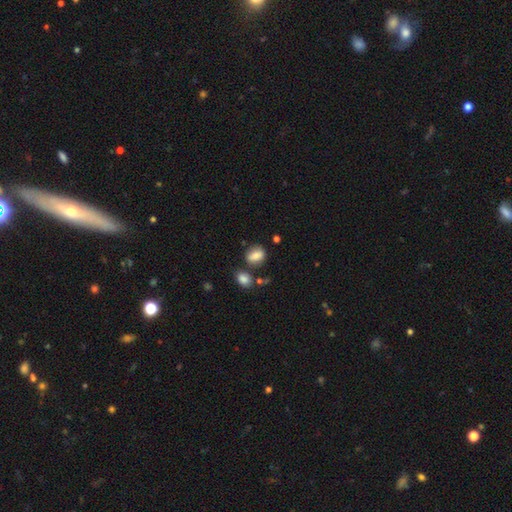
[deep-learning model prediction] A smooth galaxy with no disk features (81%) that is in between round and cigar-shaped (66%). Merging: none (67%).